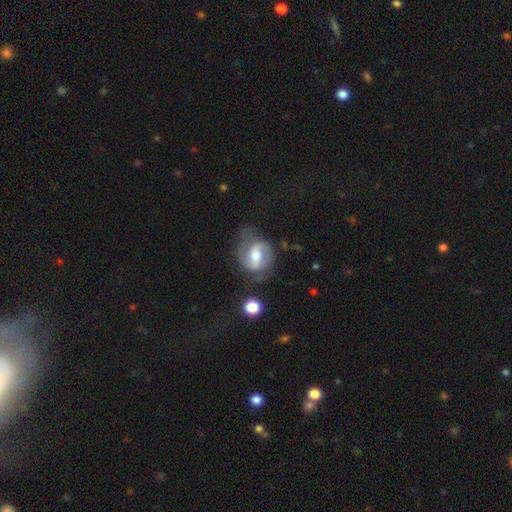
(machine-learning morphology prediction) Smooth or featured? featured or disk (69%)
Edge-on disk? no (96%)
Bar? weak (46%)
Spiral arms? yes (87%)
Spiral winding? medium (48%)
Spiral arm count? 2 (84%)
Bulge size? moderate (66%)
Merging? none (58%)